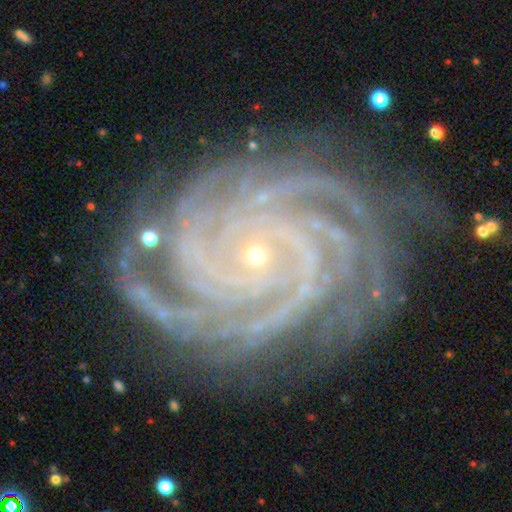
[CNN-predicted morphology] Smooth or featured?
  - featured or disk: 93% *
  - star or artifact: 5%
  - smooth: 2%
Edge-on disk?
  - no: 98% *
  - yes: 2%
Bar?
  - no: 70% *
  - weak: 18%
  - strong: 13%
Spiral arms?
  - yes: 99% *
  - no: 1%
Spiral winding?
  - tight: 84% *
  - medium: 14%
  - loose: 2%
Spiral arm count?
  - more than 4: 32% *
  - 4: 30%
  - 3: 13%
  - can't tell: 9%
  - 2: 8%
  - 1: 8%
Bulge size?
  - small: 87% *
  - moderate: 10%
  - none: 1%
  - large: 1%
  - dominant: 1%
Merging?
  - none: 80% *
  - minor disturbance: 14%
  - major disturbance: 4%
  - merger: 2%